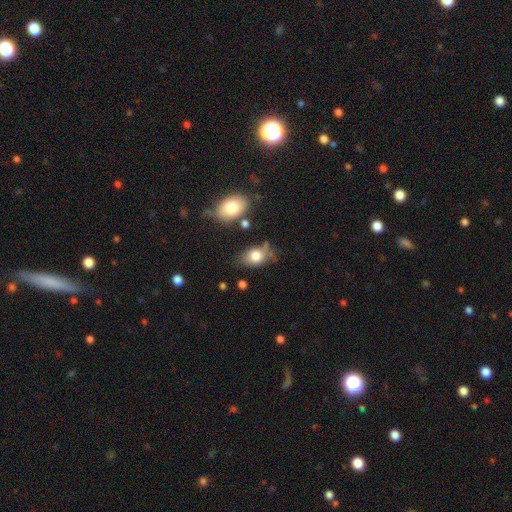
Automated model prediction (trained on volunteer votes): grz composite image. It shows a smooth galaxy with no disk features (75%) that is in between round and cigar-shaped (81%). Merging: none (53%).